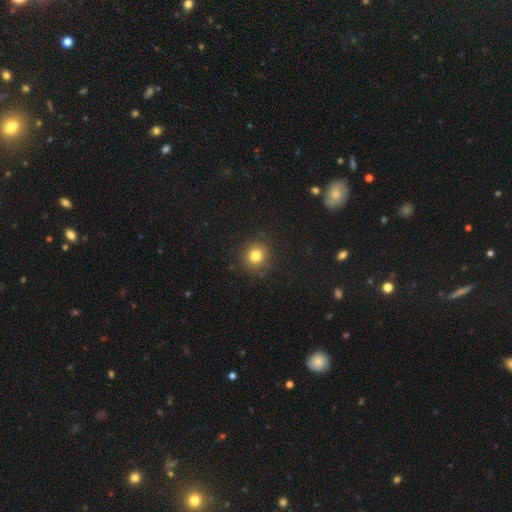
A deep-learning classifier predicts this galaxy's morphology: A smooth galaxy with no disk features (81%) that is round (86%).

Vote fractions:
- Smooth or featured? smooth: 81% / star or artifact: 12% / featured or disk: 7%
- How rounded? round: 86% / in between: 13% / cigar-shaped: 1%
- Merging? none: 86% / minor disturbance: 9% / major disturbance: 3% / merger: 1%